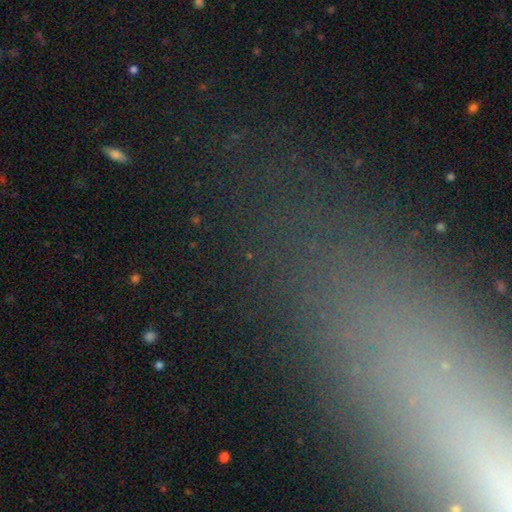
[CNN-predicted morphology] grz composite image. It shows a star or artifact, not a galaxy (52%).